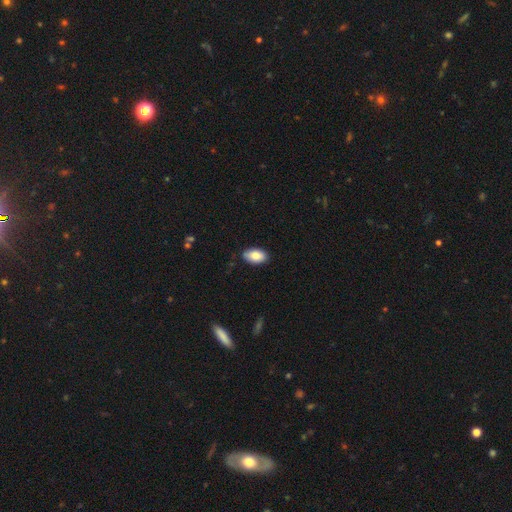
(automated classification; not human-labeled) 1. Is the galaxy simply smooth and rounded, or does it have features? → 86% smooth, 8% featured or disk, 7% star or artifact.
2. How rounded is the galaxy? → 94% in between, 5% round, 2% cigar-shaped.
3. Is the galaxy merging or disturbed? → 85% none, 12% minor disturbance, 2% major disturbance, 1% merger.